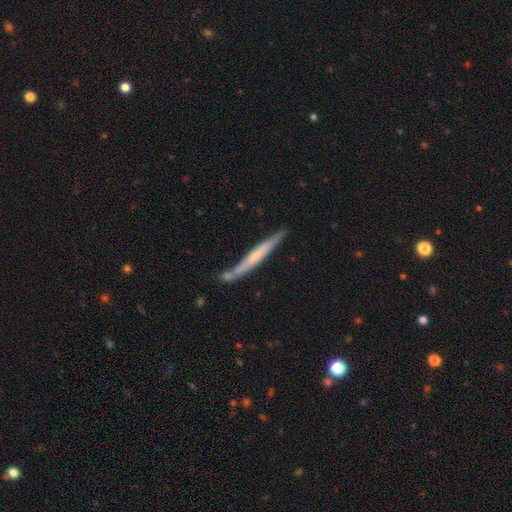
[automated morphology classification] Smooth or featured: featured or disk — 53% (smooth — 41%)
Edge-on disk: yes — 94% (no — 6%)
Edge-on bulge: none — 61% (rounded — 29%)
Merging: none — 72% (minor disturbance — 16%)